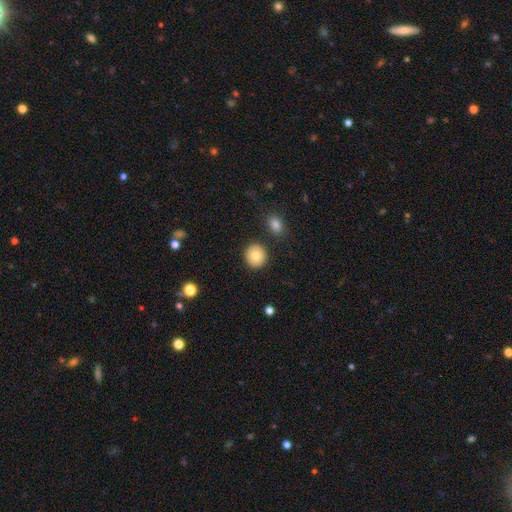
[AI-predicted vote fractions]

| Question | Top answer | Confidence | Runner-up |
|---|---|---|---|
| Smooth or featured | smooth | 81% | featured or disk (11%) |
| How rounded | round | 90% | in between (9%) |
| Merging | none | 89% | minor disturbance (6%) |